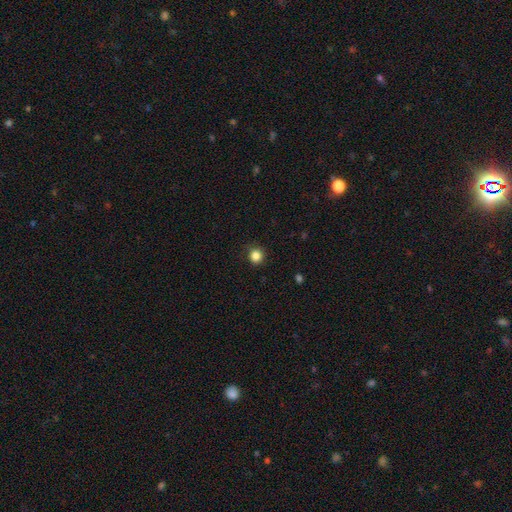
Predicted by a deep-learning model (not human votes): Overall: smooth (85%). How rounded: round (91%). Merging: none (88%).